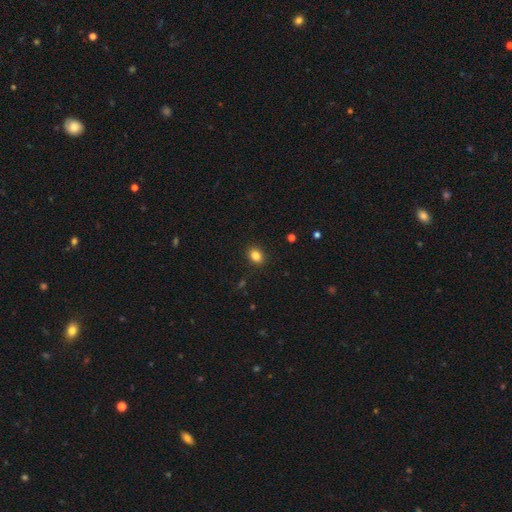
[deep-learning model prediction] This is clearly a smooth galaxy (85%). How rounded: possibly in between (58%). Merging: clearly none (90%).